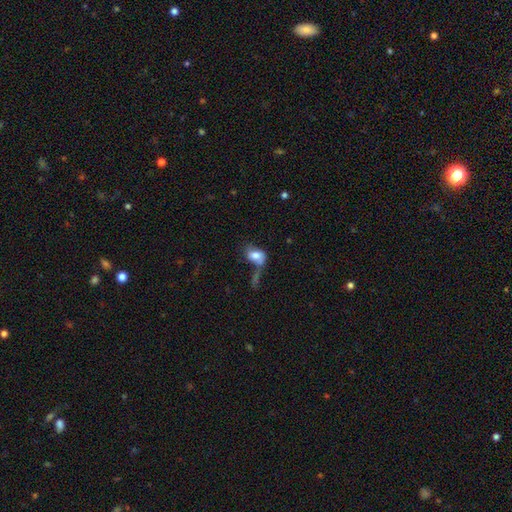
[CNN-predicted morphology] A smooth galaxy with no disk features (69%) that is in between round and cigar-shaped (76%).

Vote fractions:
- Smooth or featured? smooth: 69% / featured or disk: 23% / star or artifact: 9%
- How rounded? in between: 76% / round: 22% / cigar-shaped: 2%
- Merging? merger: 33% / none: 26% / major disturbance: 25% / minor disturbance: 17%